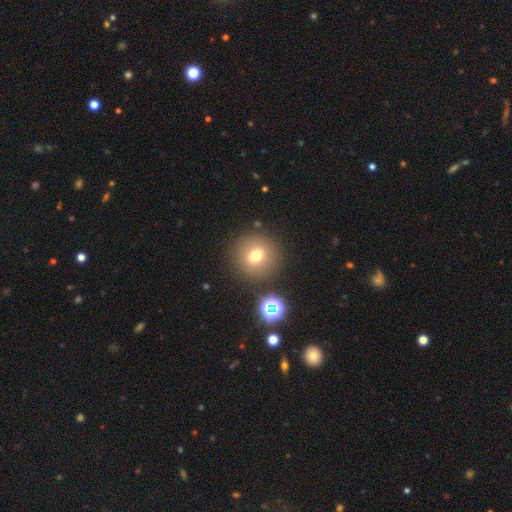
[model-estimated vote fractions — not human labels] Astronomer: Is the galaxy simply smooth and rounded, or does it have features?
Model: smooth — 66%.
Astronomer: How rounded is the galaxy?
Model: round — 88%.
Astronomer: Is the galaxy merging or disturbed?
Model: none — 85%.